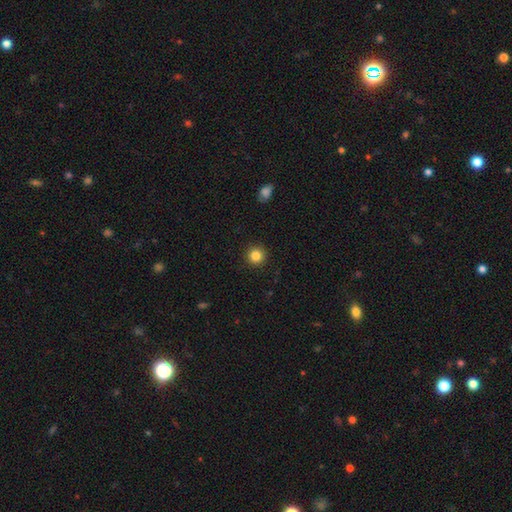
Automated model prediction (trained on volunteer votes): Morphology: type=smooth (85%); roundness=round (95%); merging=none (92%).